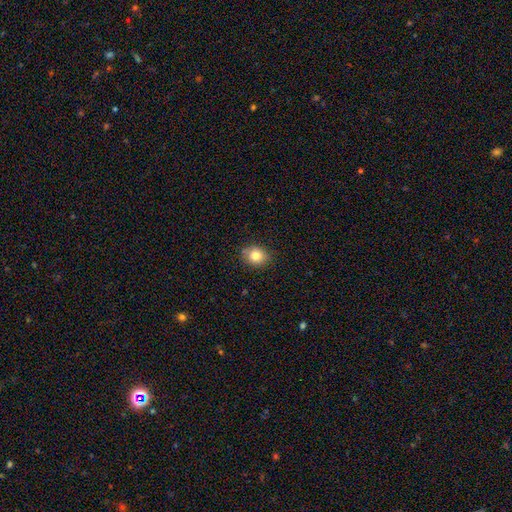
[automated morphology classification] smooth-or-featured: smooth: 81% | star or artifact: 10% | featured or disk: 9%
  how-rounded: round: 64% | in between: 35% | cigar-shaped: 1%
  merging: none: 85% | minor disturbance: 11% | major disturbance: 2% | merger: 1%